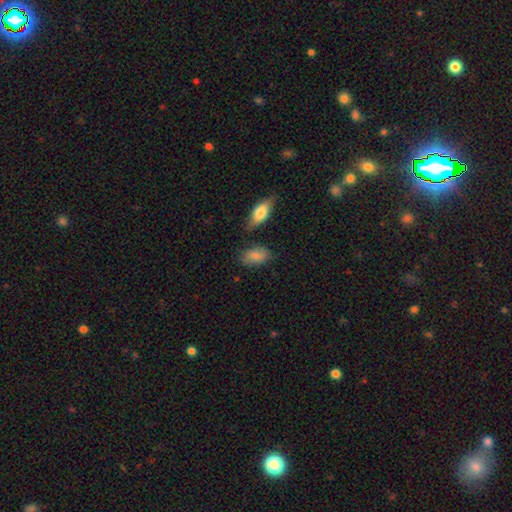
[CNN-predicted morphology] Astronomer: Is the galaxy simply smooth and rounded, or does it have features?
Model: smooth — 81%.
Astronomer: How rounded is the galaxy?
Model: in between — 90%.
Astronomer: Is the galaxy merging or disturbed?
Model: none — 74%.